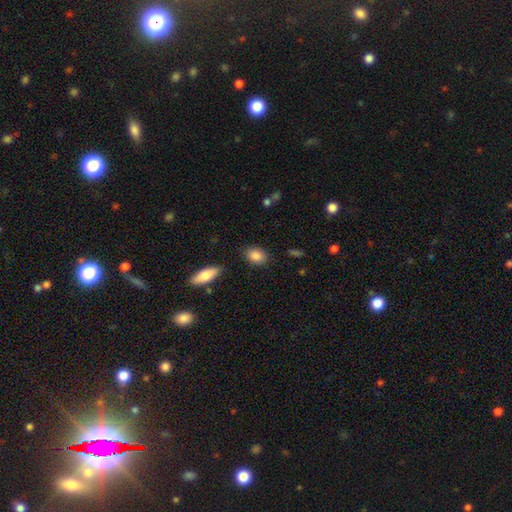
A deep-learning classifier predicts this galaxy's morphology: smooth_or_featured: smooth (p=0.88) [alt: star or artifact p=0.07]
how_rounded: in between (p=0.76) [alt: round p=0.22]
merging: none (p=0.85) [alt: minor disturbance p=0.11]